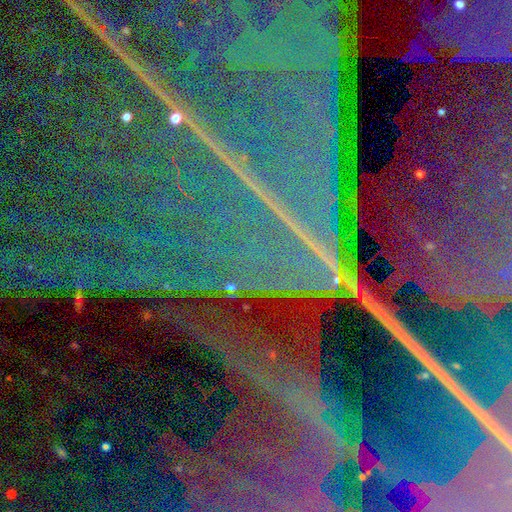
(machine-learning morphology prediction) Q: Smooth or featured?
A: star or artifact (89%); runner-up: featured or disk (6%)